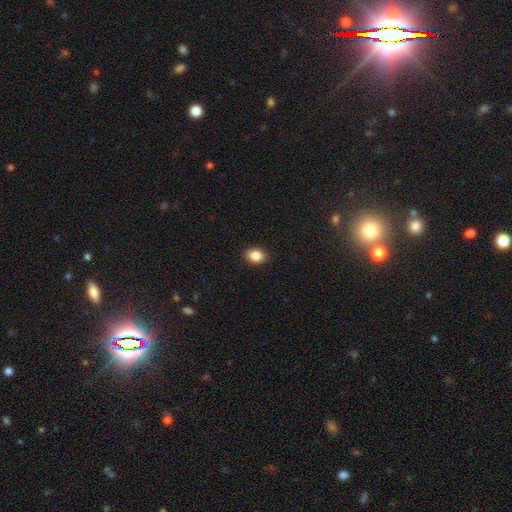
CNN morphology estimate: This appears to be a smooth galaxy with no disk features (86%) that is in between round and cigar-shaped (58%). Merging: none (89%).